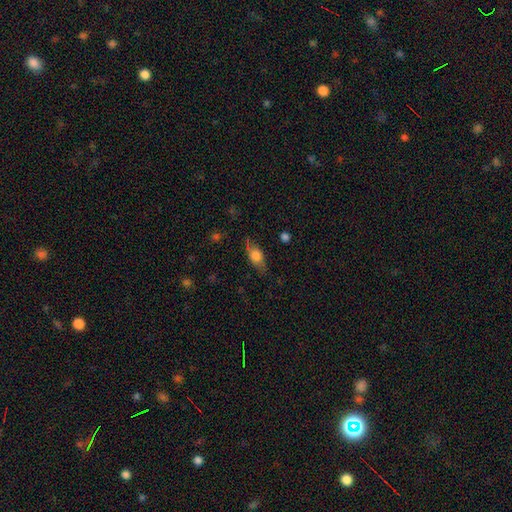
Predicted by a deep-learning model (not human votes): A smooth galaxy with no disk features (73%) that is in between round and cigar-shaped (77%). Merging: none (67%).